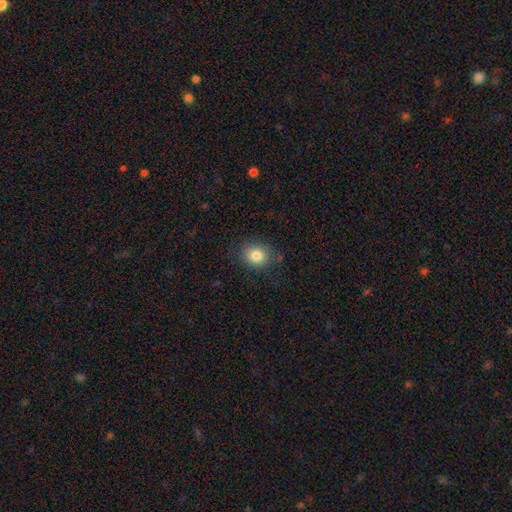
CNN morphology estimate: Smooth or featured? smooth (82%)
How rounded? round (67%)
Merging? none (82%)